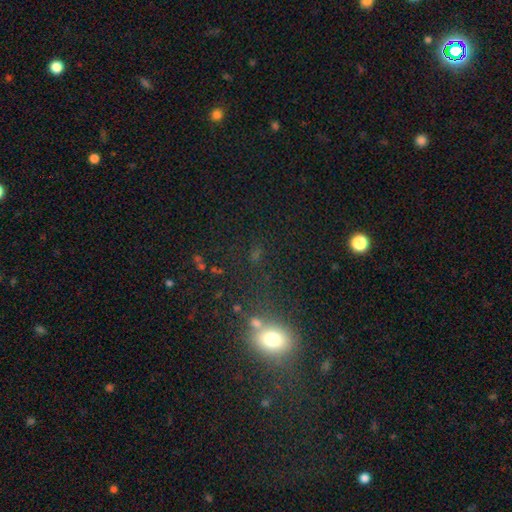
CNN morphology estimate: This appears to be a smooth galaxy with no disk features (52%) that is round (61%). Merging: none (64%).